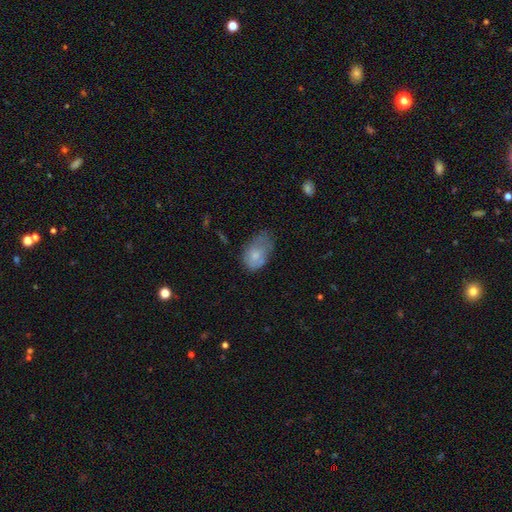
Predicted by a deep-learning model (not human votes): This is likely a smooth galaxy (69%). How rounded: clearly in between (87%). Merging: marginally minor disturbance (39%).